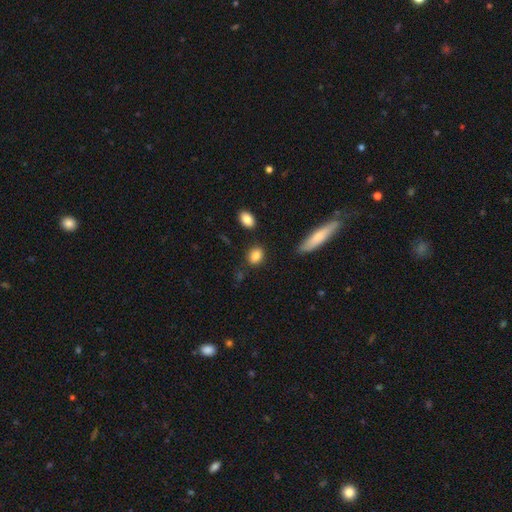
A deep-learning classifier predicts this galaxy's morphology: smooth-or-featured: smooth: 85% | star or artifact: 8% | featured or disk: 6%
  how-rounded: in between: 58% | round: 39% | cigar-shaped: 3%
  merging: none: 82% | minor disturbance: 11% | merger: 4% | major disturbance: 3%